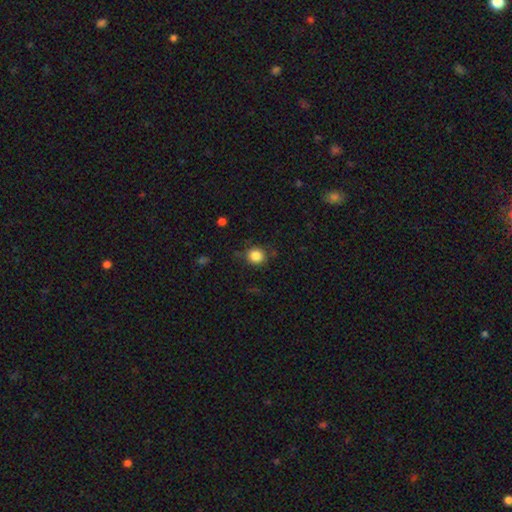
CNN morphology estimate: A smooth galaxy with no disk features (84%) that is round (86%). Merging: none (81%).